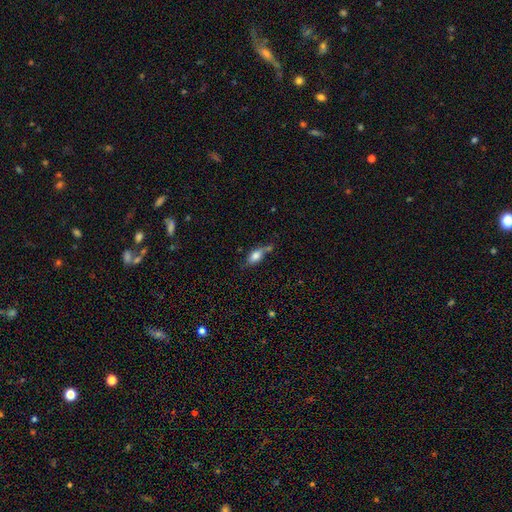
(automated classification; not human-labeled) This is likely a smooth galaxy (73%). How rounded: clearly in between (81%). Merging: marginally none (45%).